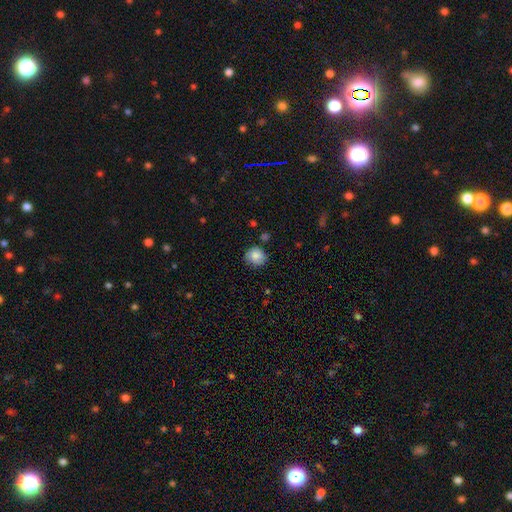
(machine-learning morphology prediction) smooth 85%, star or artifact 9%, featured or disk 7%. Down the decision tree: how rounded — round (81%); merging — none (77%).